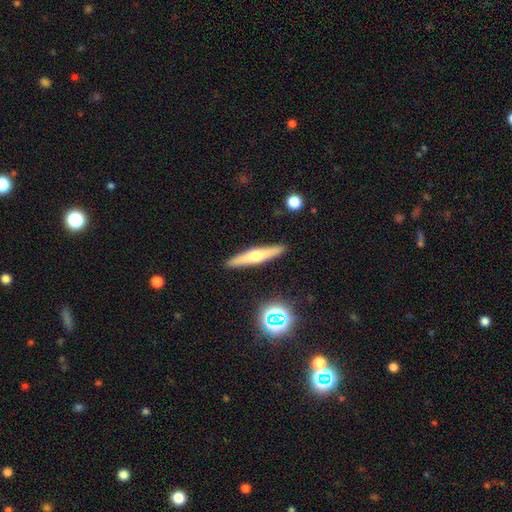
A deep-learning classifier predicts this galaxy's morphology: Q: Smooth or featured?
A: featured or disk (49%); runner-up: smooth (44%)
Q: Merging?
A: none (91%); runner-up: minor disturbance (6%)